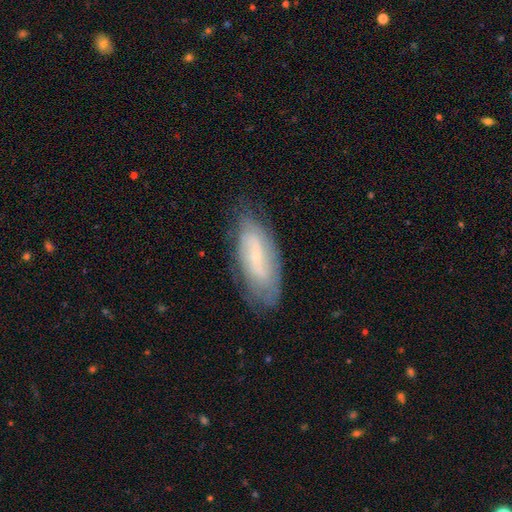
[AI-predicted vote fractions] Overall: featured or disk (57%; smooth 35%). Edge-on disk: no (87%). Merging: none (74%).